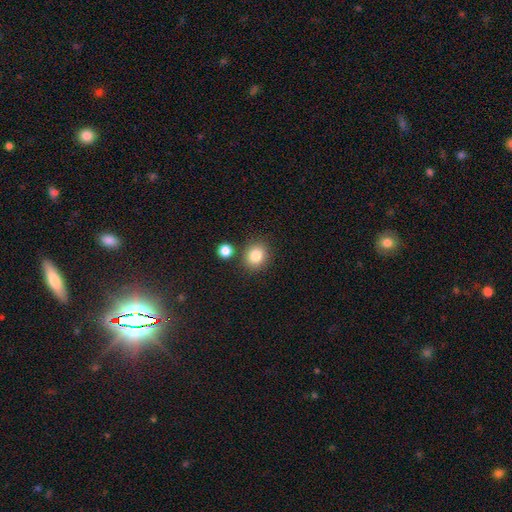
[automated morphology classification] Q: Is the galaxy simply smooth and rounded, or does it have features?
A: smooth — 84%.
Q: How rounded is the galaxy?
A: round — 69%.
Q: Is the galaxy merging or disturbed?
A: none — 80%.